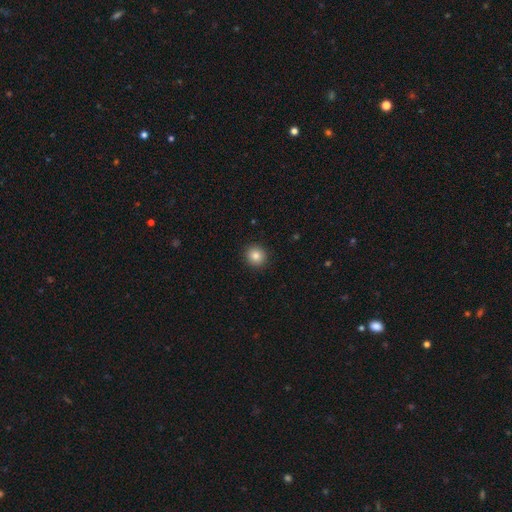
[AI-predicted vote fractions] Overall: smooth (83%). How rounded: round (90%). Merging: none (92%).